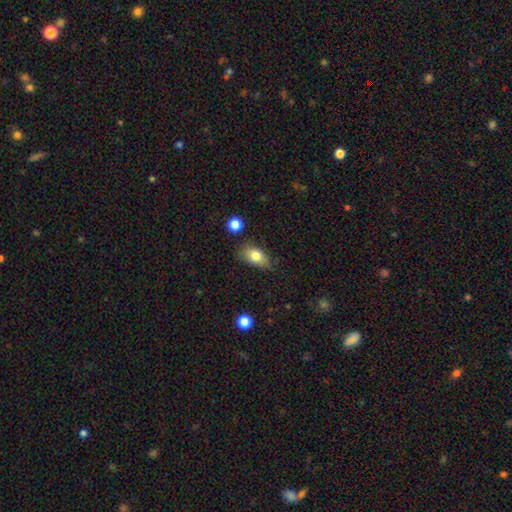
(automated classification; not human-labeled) Smooth or featured?
  - smooth: 79% *
  - featured or disk: 13%
  - star or artifact: 9%
How rounded?
  - in between: 85% *
  - round: 11%
  - cigar-shaped: 4%
Merging?
  - none: 70% *
  - minor disturbance: 22%
  - major disturbance: 5%
  - merger: 3%